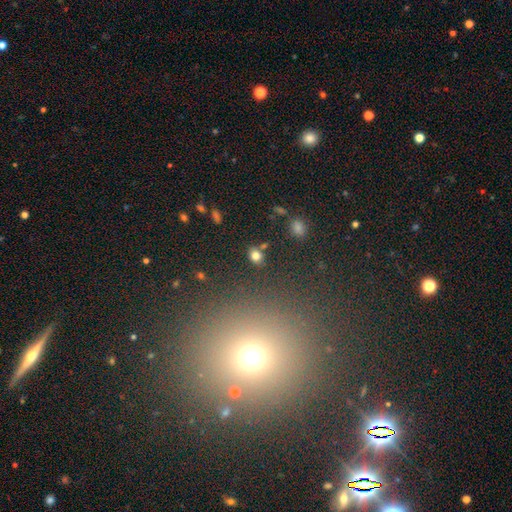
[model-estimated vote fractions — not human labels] Morphology: type=smooth (80%); roundness=round (53%); merging=none (77%).